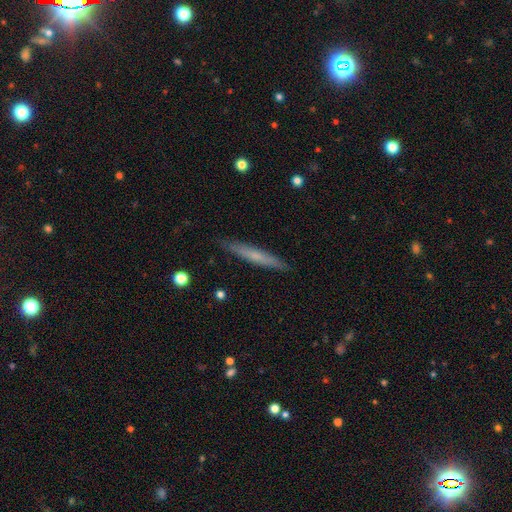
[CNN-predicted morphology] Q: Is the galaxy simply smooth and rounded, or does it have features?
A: smooth — 53%.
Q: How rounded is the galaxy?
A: cigar-shaped — 96%.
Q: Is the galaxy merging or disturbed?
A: none — 89%.